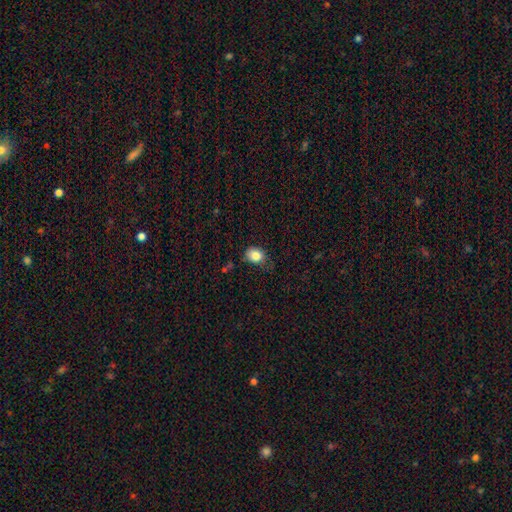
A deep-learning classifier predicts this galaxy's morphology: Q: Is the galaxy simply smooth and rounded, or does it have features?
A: smooth — 83%.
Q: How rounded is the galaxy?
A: in between — 53%.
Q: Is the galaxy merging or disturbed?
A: none — 65%.